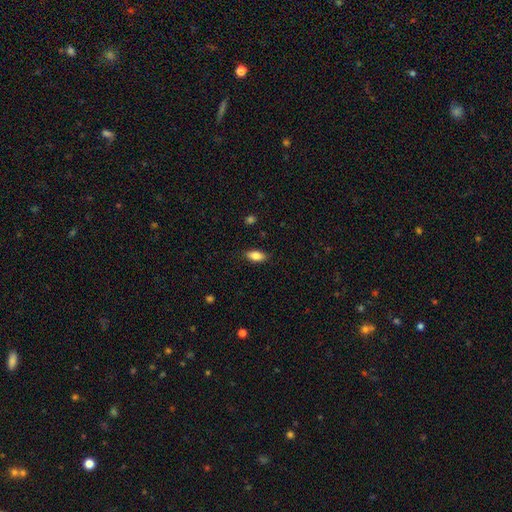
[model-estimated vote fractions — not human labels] This appears to be a smooth galaxy with no disk features (83%) that is in between round and cigar-shaped (87%). Merging: none (85%).